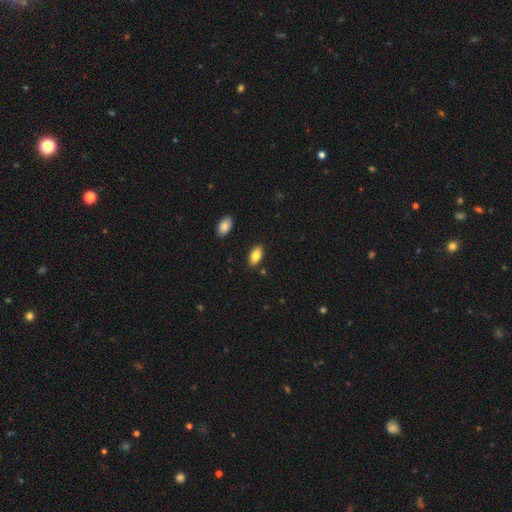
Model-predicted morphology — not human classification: Smooth or featured?
  - smooth: 83% *
  - featured or disk: 10%
  - star or artifact: 7%
How rounded?
  - in between: 93% *
  - round: 4%
  - cigar-shaped: 3%
Merging?
  - none: 86% *
  - minor disturbance: 10%
  - merger: 2%
  - major disturbance: 2%